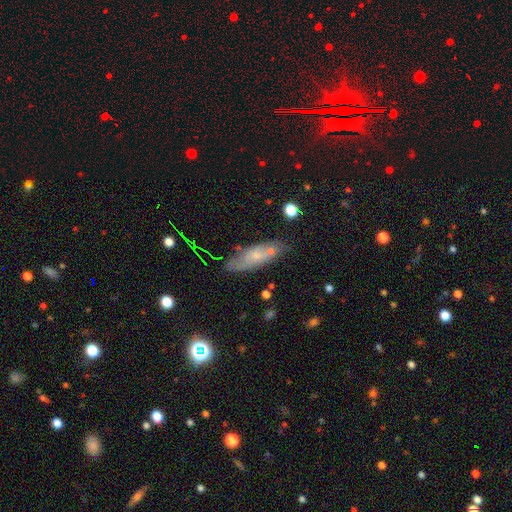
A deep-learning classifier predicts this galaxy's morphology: type=smooth (57%); roundness=in between (50%); merging=none (63%).